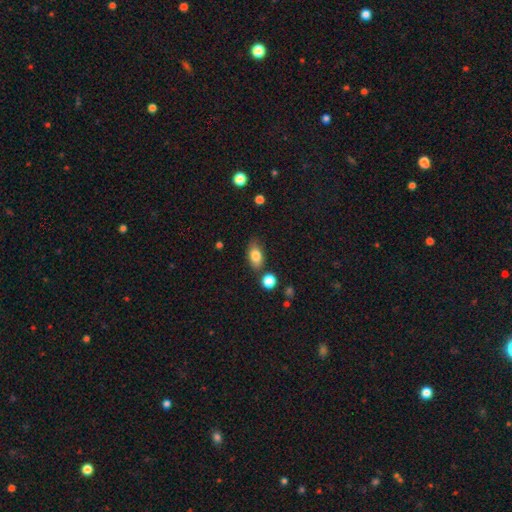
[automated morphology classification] The model was most divided on "merging": none: 76%, minor disturbance: 15%, merger: 5%, major disturbance: 4%. More confident: how rounded — in between (87%); smooth or featured — smooth (81%).